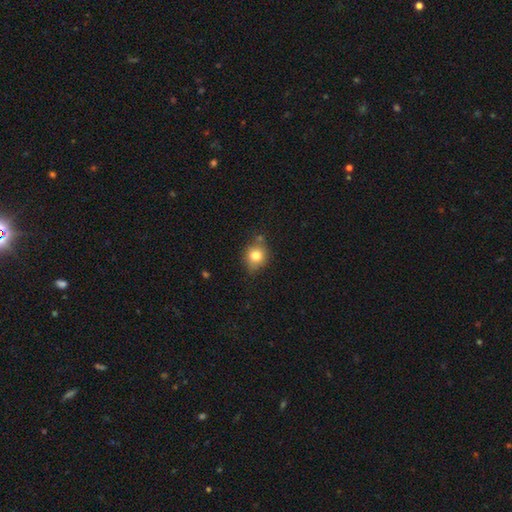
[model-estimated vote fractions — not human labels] A smooth galaxy with no disk features (79%) that is round (70%). Merging: none (70%).